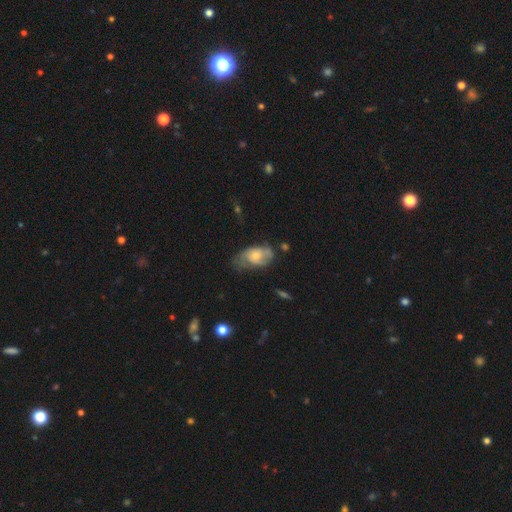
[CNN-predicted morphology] Q: Smooth or featured?
A: featured or disk (49%); runner-up: smooth (43%)
Q: Merging?
A: none (39%); runner-up: minor disturbance (35%)